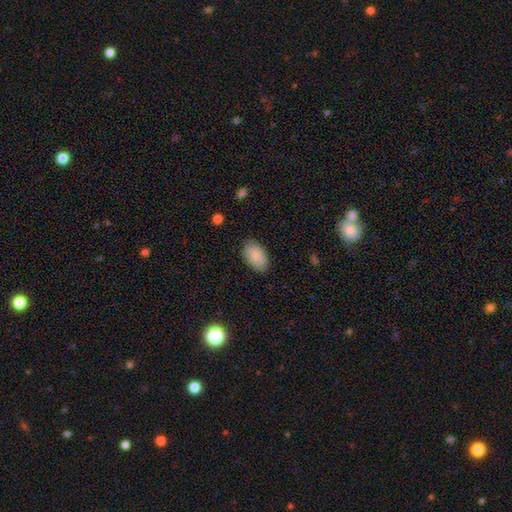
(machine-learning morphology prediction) Overall: smooth (86%). How rounded: in between (93%). Merging: none (81%).